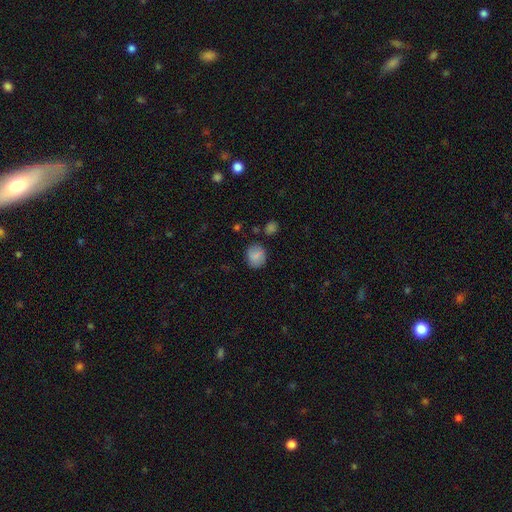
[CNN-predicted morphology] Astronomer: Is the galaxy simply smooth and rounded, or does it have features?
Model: smooth — 80%.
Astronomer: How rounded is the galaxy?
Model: round — 73%.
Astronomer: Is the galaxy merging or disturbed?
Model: none — 82%.